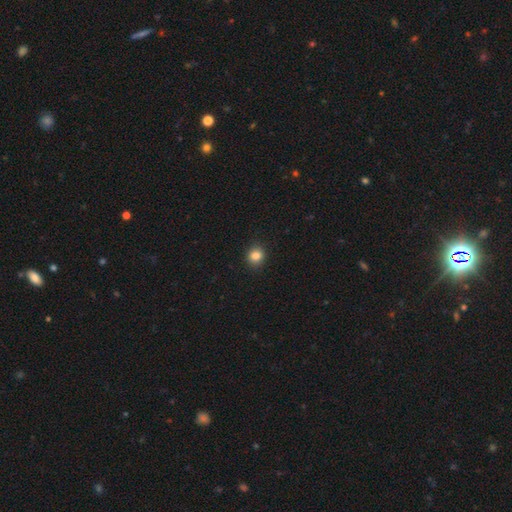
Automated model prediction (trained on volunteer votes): This appears to be a smooth galaxy with no disk features (84%) that is round (78%). Merging: none (89%).